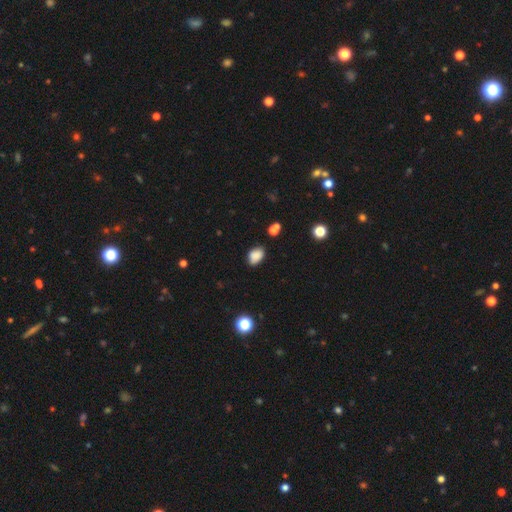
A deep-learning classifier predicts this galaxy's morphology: Smooth or featured: smooth — 85% (star or artifact — 10%)
How rounded: in between — 84% (round — 15%)
Merging: none — 78% (minor disturbance — 16%)